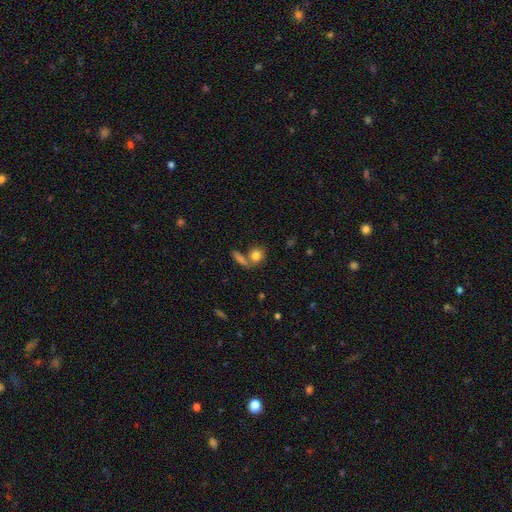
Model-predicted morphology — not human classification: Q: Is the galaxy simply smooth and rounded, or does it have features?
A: smooth — 81%.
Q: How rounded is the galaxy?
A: round — 66%.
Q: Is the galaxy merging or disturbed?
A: none — 57%.